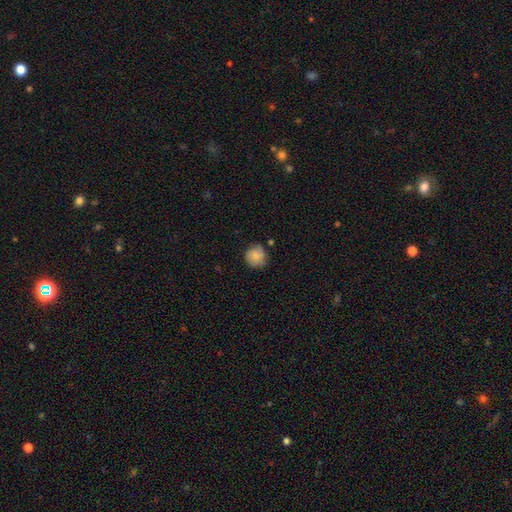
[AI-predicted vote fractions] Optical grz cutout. It shows a smooth galaxy with no disk features (79%) that is round (90%). Merging: none (76%).